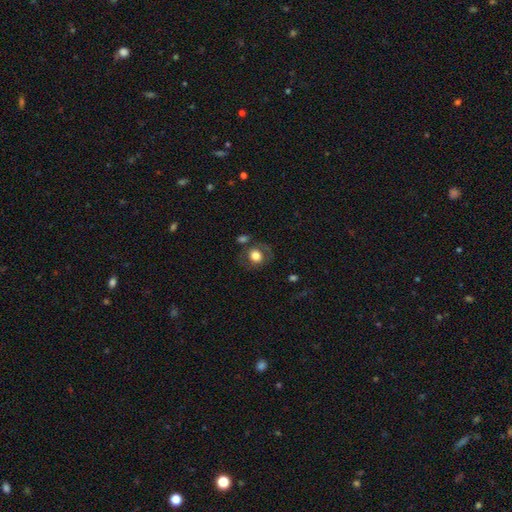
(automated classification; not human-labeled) The model was most divided on "how rounded": round: 70%, in between: 29%, cigar-shaped: 1%. More confident: smooth or featured — smooth (68%); merging — none (68%).